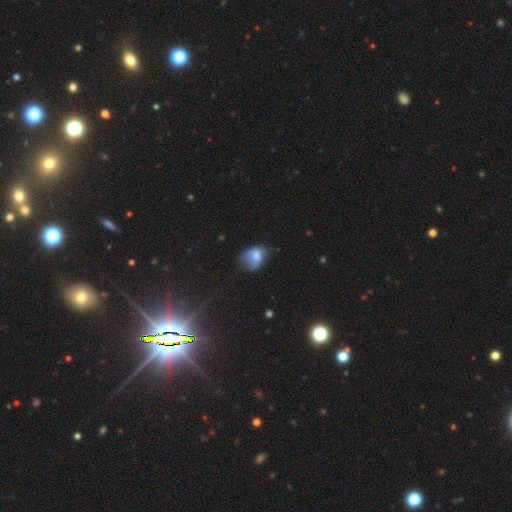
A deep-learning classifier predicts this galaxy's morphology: smooth_or_featured: smooth (p=0.65) [alt: featured or disk p=0.23]
how_rounded: in between (p=0.64) [alt: round p=0.34]
merging: minor disturbance (p=0.35) [alt: none p=0.34]